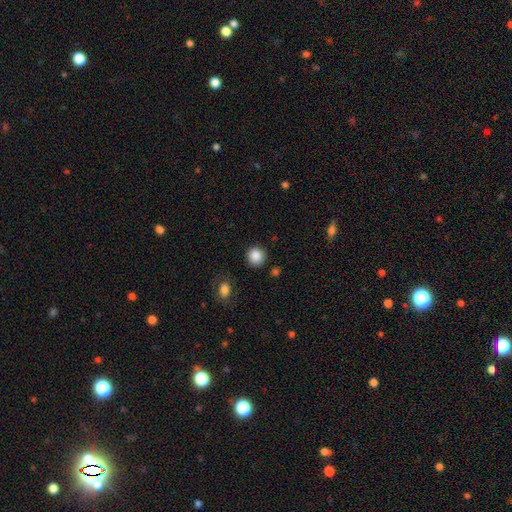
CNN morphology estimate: smooth-or-featured: smooth: 87% | star or artifact: 9% | featured or disk: 4%
  how-rounded: round: 91% | in between: 9% | cigar-shaped: 1%
  merging: none: 88% | minor disturbance: 7% | major disturbance: 2% | merger: 2%